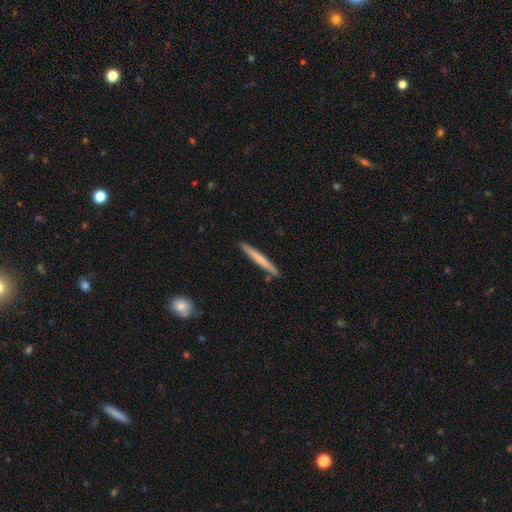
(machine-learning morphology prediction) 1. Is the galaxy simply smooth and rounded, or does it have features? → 54% smooth, 40% featured or disk, 5% star or artifact.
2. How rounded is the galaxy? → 97% cigar-shaped, 2% in between, 1% round.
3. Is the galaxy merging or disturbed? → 90% none, 7% minor disturbance, 1% merger, 1% major disturbance.